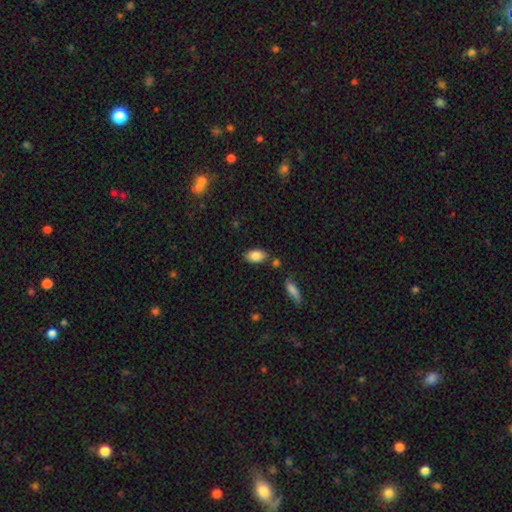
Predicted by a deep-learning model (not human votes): A smooth galaxy with no disk features (85%) that is in between round and cigar-shaped (92%). Merging: none (78%).